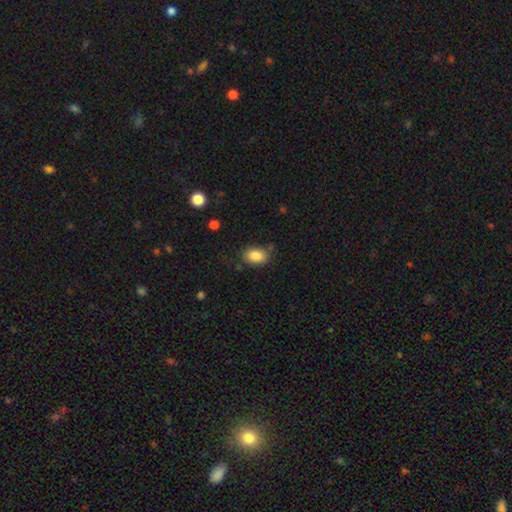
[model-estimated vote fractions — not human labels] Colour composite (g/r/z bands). It shows a smooth galaxy with no disk features (86%) that is in between round and cigar-shaped (87%). Merging: none (77%).